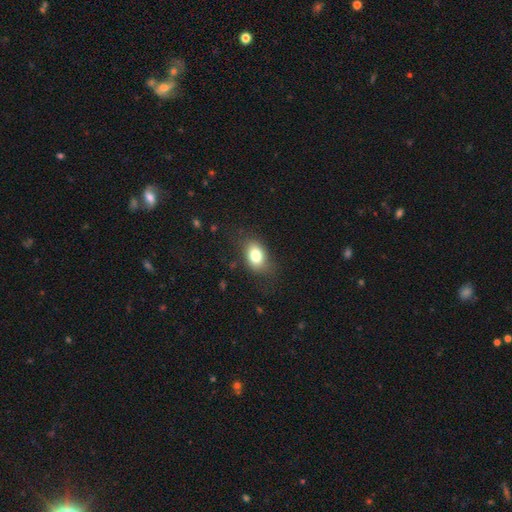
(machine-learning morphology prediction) This appears to be a smooth galaxy with no disk features (80%) that is in between round and cigar-shaped (82%). Merging: none (76%).